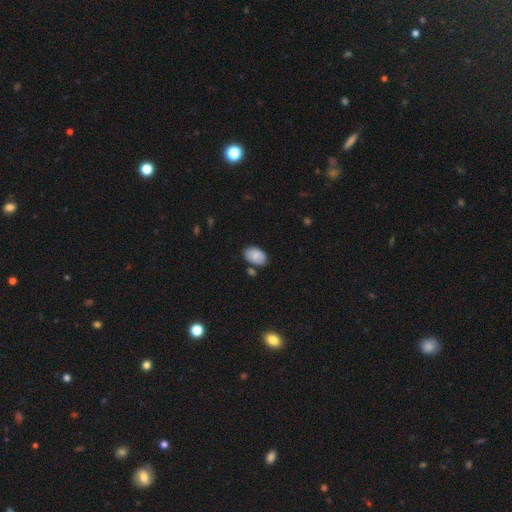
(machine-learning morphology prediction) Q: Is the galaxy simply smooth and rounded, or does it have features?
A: smooth — 83%.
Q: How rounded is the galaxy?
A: in between — 90%.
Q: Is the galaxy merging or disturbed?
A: none — 72%.